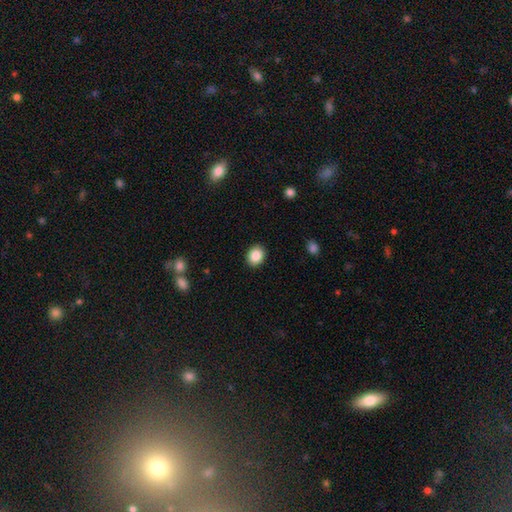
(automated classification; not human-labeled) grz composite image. It shows a smooth galaxy with no disk features (88%) that is round (52%). Merging: none (90%).